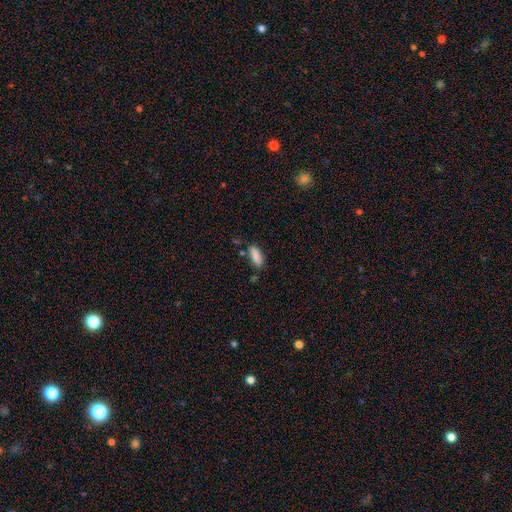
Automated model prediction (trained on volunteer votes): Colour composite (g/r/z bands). It shows a smooth galaxy with no disk features (86%) that is in between round and cigar-shaped (76%). Merging: none (69%).